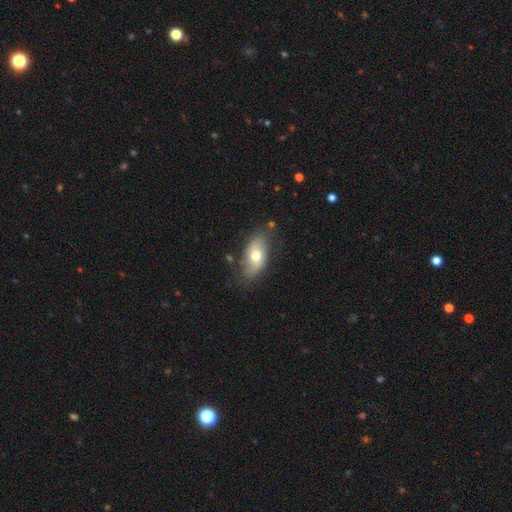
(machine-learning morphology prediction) Smooth or featured? smooth (59%)
How rounded? in between (91%)
Merging? none (74%)